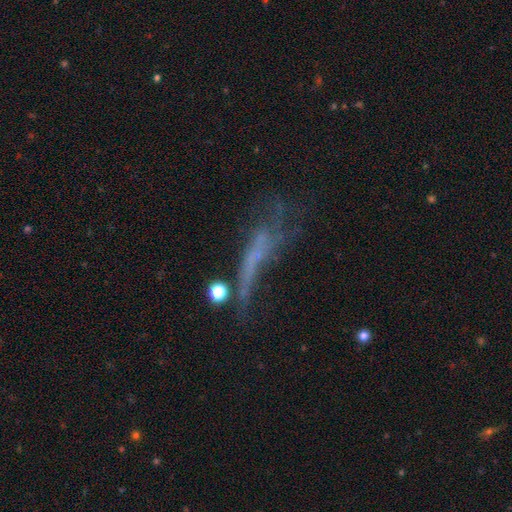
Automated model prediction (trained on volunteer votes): Smooth or featured? featured or disk (46%)
Merging? major disturbance (41%)